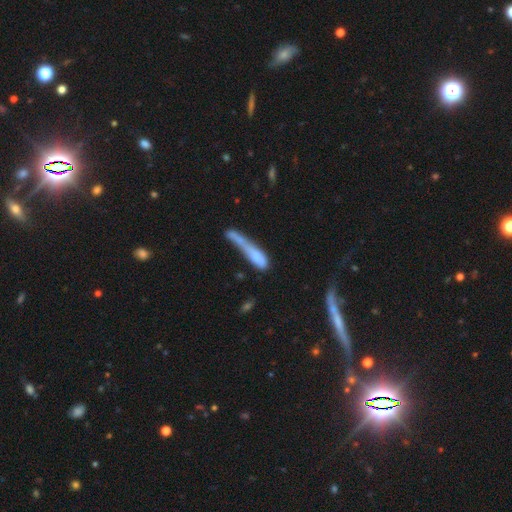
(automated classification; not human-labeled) Overall: smooth (67%). How rounded: cigar-shaped (81%). Merging: merger (32%; major disturbance 25%).